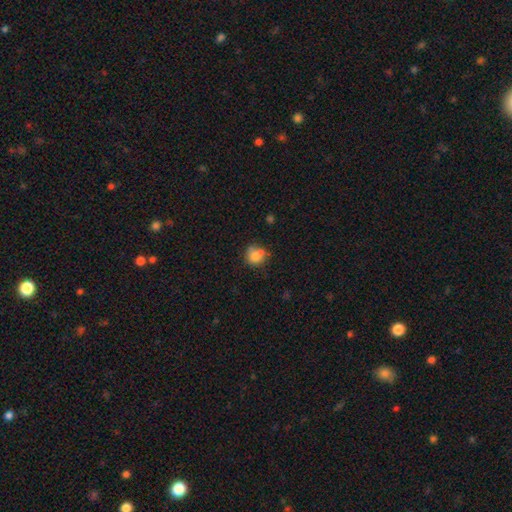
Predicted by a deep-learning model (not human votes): Smooth or featured: smooth — 77% (featured or disk — 13%)
How rounded: round — 78% (in between — 21%)
Merging: none — 50% (merger — 22%)